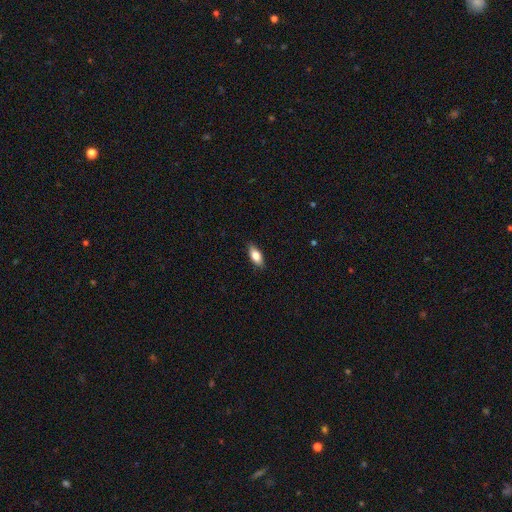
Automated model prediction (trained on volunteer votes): This is likely a smooth galaxy (77%). How rounded: clearly in between (82%). Merging: clearly none (87%).